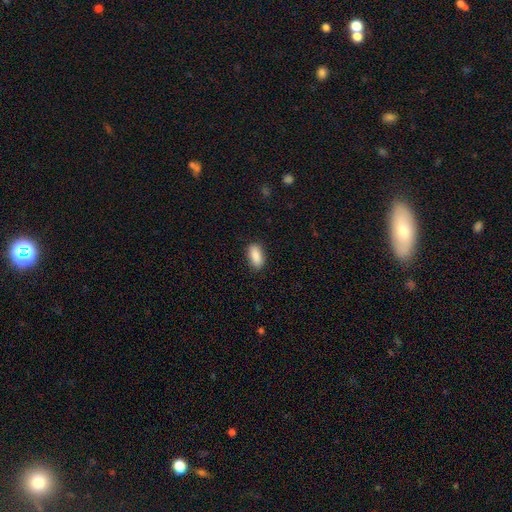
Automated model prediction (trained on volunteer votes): Q: Smooth or featured?
A: smooth (90%); runner-up: star or artifact (7%)
Q: How rounded?
A: in between (87%); runner-up: cigar-shaped (10%)
Q: Merging?
A: none (87%); runner-up: minor disturbance (10%)